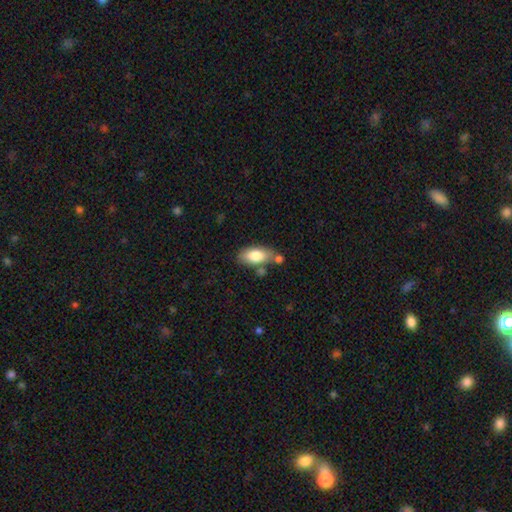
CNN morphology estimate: A smooth galaxy with no disk features (79%) that is in between round and cigar-shaped (90%). Merging: none (64%).